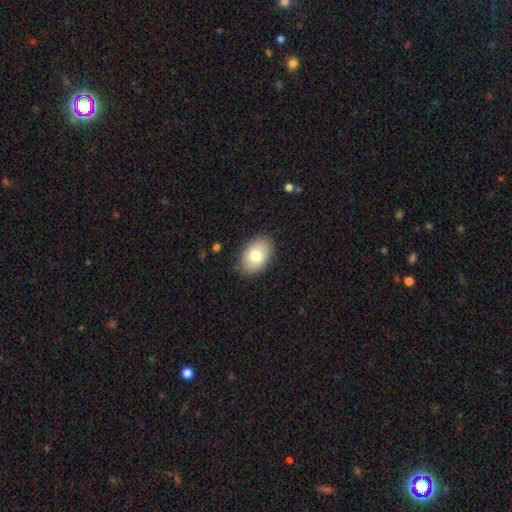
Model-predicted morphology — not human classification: smooth-or-featured: smooth: 76% | featured or disk: 16% | star or artifact: 7%
  how-rounded: in between: 86% | round: 13% | cigar-shaped: 1%
  merging: none: 86% | minor disturbance: 10% | major disturbance: 2% | merger: 1%